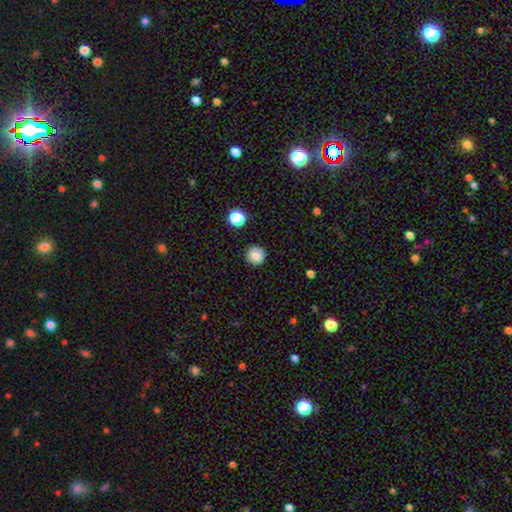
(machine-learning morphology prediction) Q: Smooth or featured?
A: smooth (82%); runner-up: star or artifact (10%)
Q: How rounded?
A: round (94%); runner-up: in between (5%)
Q: Merging?
A: none (89%); runner-up: minor disturbance (8%)